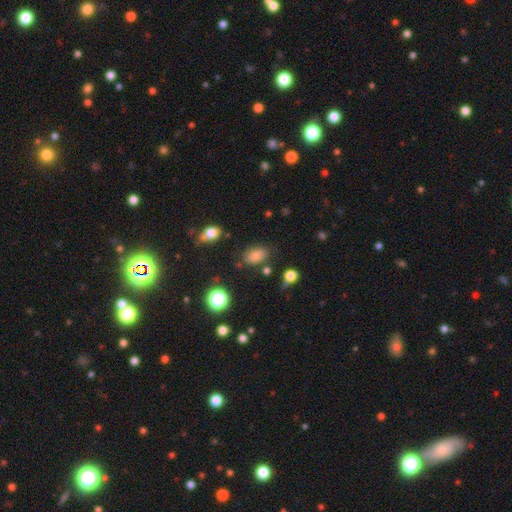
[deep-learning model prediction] Smooth or featured?
  - smooth: 79% *
  - star or artifact: 14%
  - featured or disk: 7%
How rounded?
  - in between: 83% *
  - round: 16%
  - cigar-shaped: 1%
Merging?
  - none: 75% *
  - minor disturbance: 16%
  - major disturbance: 5%
  - merger: 5%